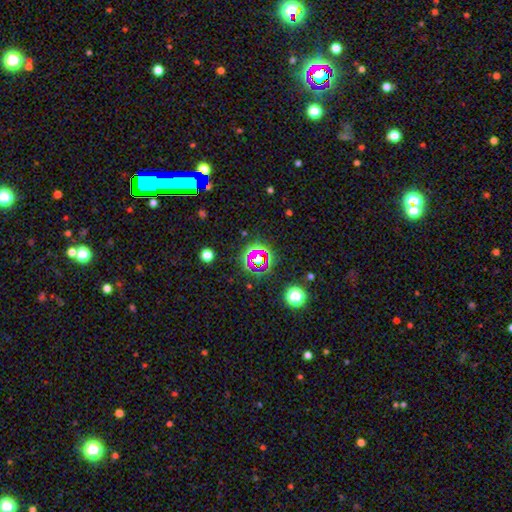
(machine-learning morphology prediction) Overall: star or artifact (63%; smooth 24%).